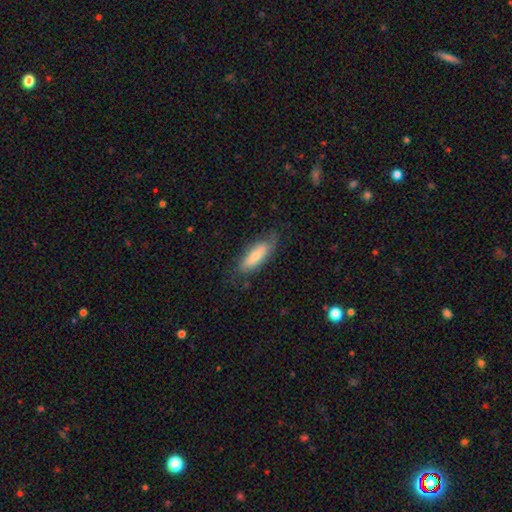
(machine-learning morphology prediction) A smooth galaxy with no disk features (66%) that is in between round and cigar-shaped (63%). Merging: none (71%).